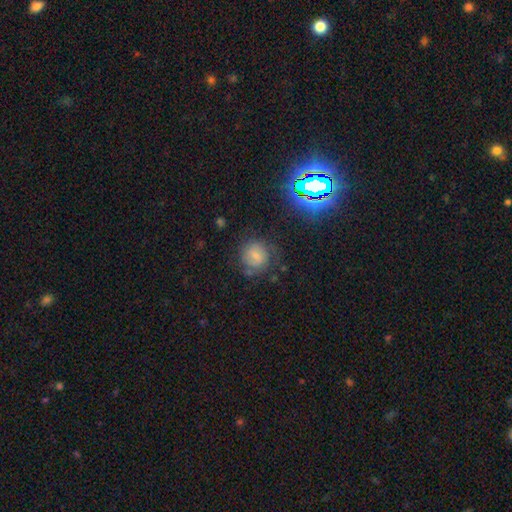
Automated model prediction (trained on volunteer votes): smooth 58%, featured or disk 27%, star or artifact 15%. Down the decision tree: how rounded — round (82%); merging — none (66%).